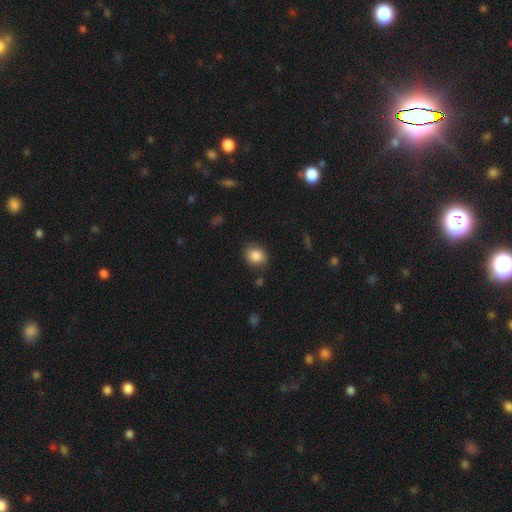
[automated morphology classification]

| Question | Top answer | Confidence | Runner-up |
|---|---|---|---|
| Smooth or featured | smooth | 86% | star or artifact (8%) |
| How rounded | round | 59% | in between (40%) |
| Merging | none | 82% | minor disturbance (12%) |